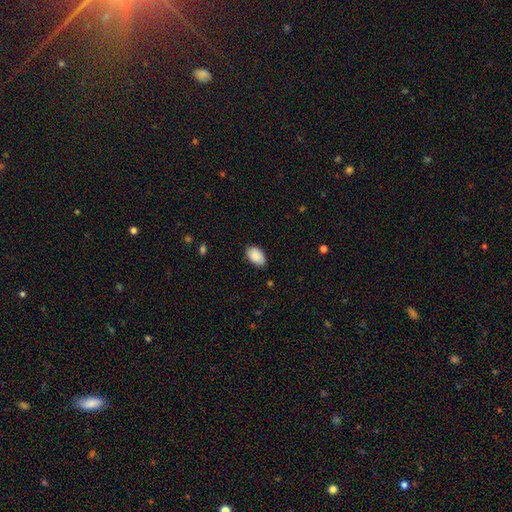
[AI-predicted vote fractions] Morphology: type=smooth (88%); roundness=in between (92%); merging=none (80%).